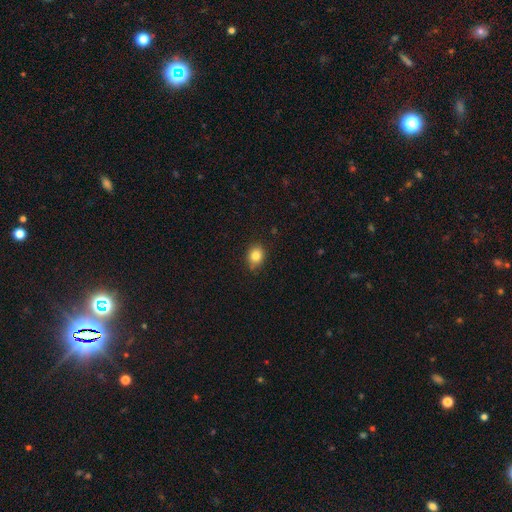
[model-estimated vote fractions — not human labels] Smooth or featured? smooth (83%)
How rounded? round (57%)
Merging? none (82%)